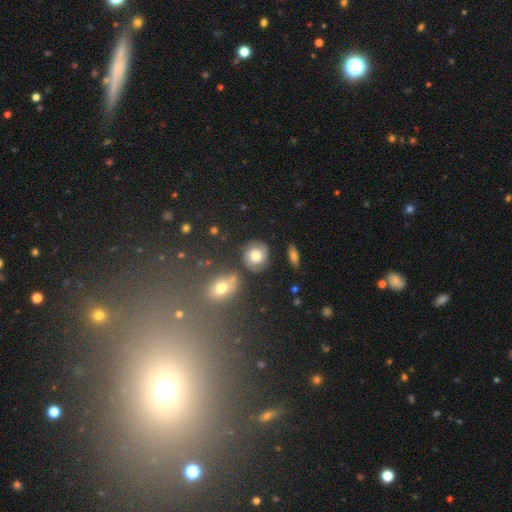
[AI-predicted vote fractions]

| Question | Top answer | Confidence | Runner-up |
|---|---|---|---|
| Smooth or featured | smooth | 53% | featured or disk (38%) |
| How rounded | round | 81% | in between (18%) |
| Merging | none | 76% | minor disturbance (14%) |